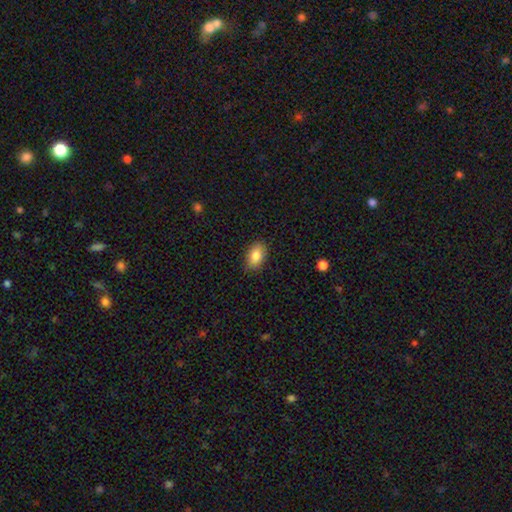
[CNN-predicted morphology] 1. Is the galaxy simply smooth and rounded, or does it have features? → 84% smooth, 8% featured or disk, 8% star or artifact.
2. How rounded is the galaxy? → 89% in between, 9% round, 2% cigar-shaped.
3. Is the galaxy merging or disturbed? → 84% none, 12% minor disturbance, 2% major disturbance, 1% merger.